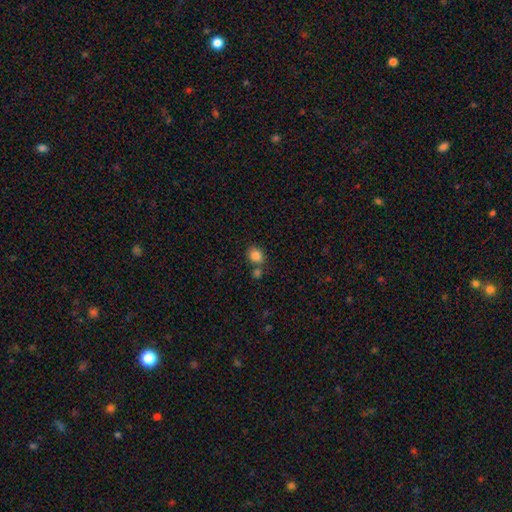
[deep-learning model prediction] Morphology: type=smooth (84%); roundness=round (66%); merging=none (64%).